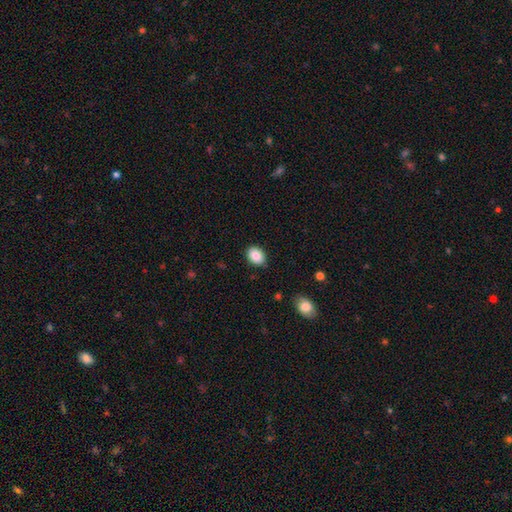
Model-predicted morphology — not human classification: This is clearly a smooth galaxy (88%). How rounded: likely in between (68%). Merging: clearly none (88%).